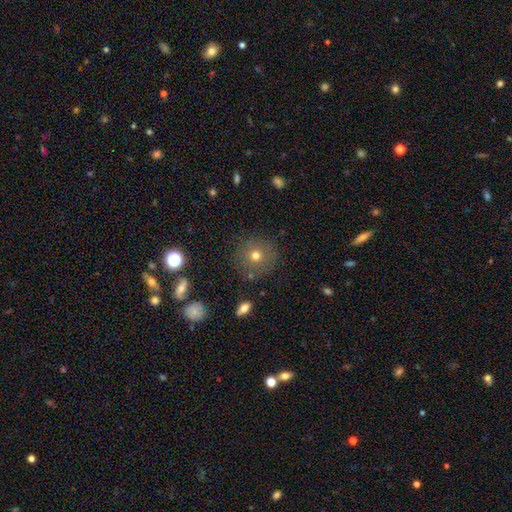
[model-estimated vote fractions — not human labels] smooth 69%, featured or disk 16%, star or artifact 15%. Down the decision tree: how rounded — round (93%); merging — none (85%).